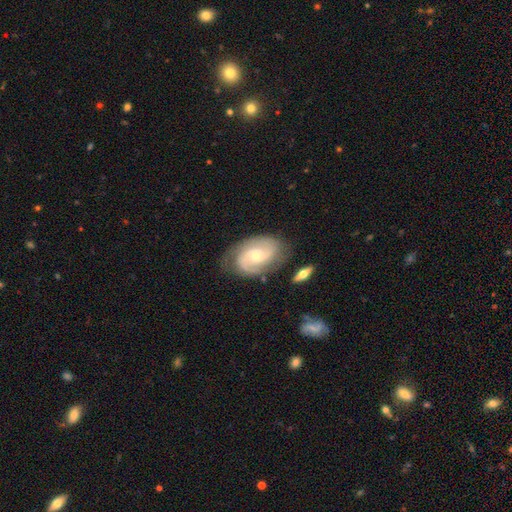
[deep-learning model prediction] Smooth or featured? featured or disk (85%)
Edge-on disk? no (97%)
Bar? no (61%)
Spiral arms? yes (96%)
Spiral winding? tight (44%, tied with medium)
Spiral arm count? 2 (76%)
Bulge size? small (56%)
Merging? none (71%)